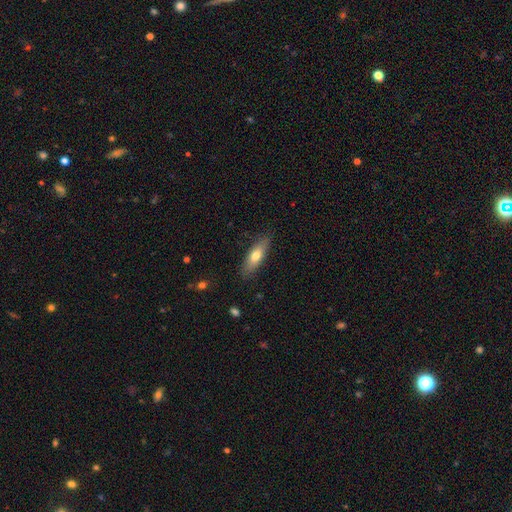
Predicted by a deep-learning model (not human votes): smooth 68%, featured or disk 26%, star or artifact 6%. Down the decision tree: how rounded — in between (52%); merging — none (84%).